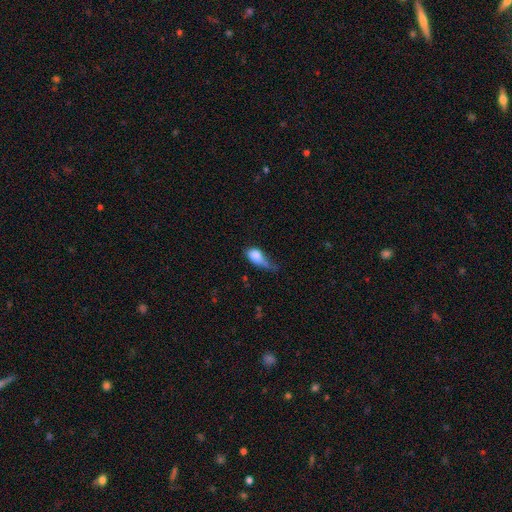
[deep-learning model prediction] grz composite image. It shows a smooth galaxy with no disk features (78%) that is in between round and cigar-shaped (80%). Merging: major disturbance (39%).